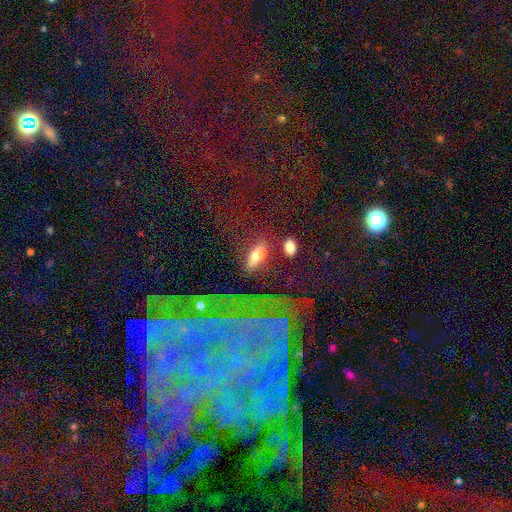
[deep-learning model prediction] The model was most divided on "merging": none: 53%, merger: 19%, minor disturbance: 17%, major disturbance: 11%. More confident: how rounded — in between (72%); smooth or featured — smooth (67%).